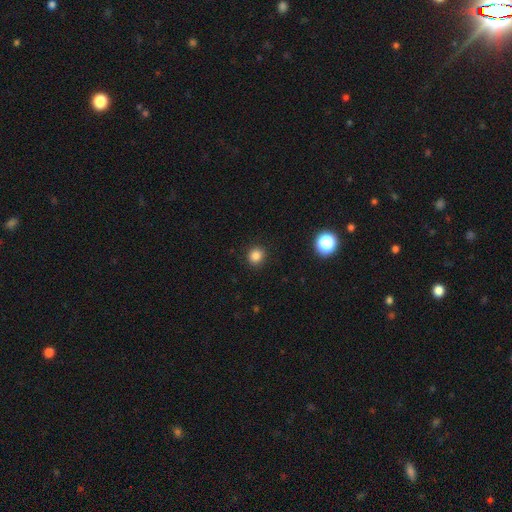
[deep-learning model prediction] A smooth galaxy with no disk features (83%) that is round (86%).

Vote fractions:
- Smooth or featured? smooth: 83% / star or artifact: 13% / featured or disk: 4%
- How rounded? round: 86% / in between: 13% / cigar-shaped: 1%
- Merging? none: 91% / minor disturbance: 6% / major disturbance: 2% / merger: 1%